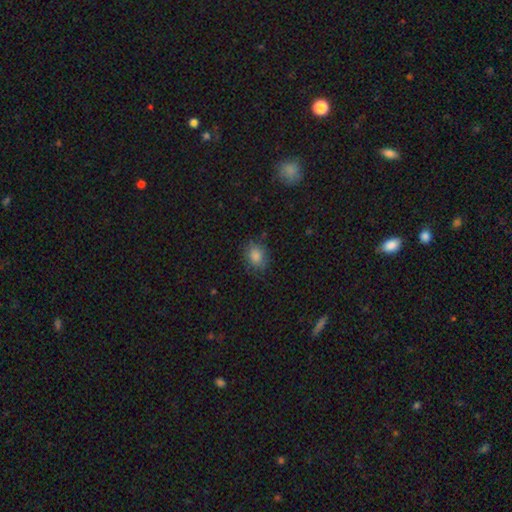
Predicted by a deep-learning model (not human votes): A smooth galaxy with no disk features (83%) that is in between round and cigar-shaped (53%). Merging: none (79%).